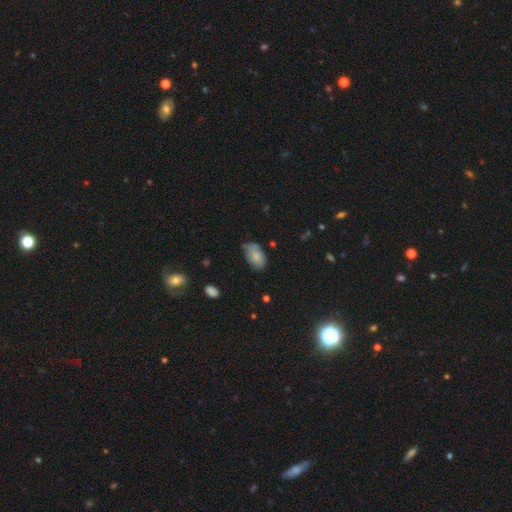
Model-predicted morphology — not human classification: Smooth or featured? smooth (77%)
How rounded? in between (92%)
Merging? none (56%)